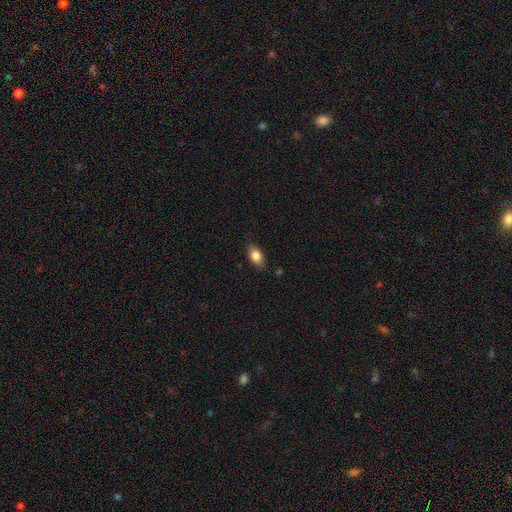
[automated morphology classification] Overall: smooth (83%). How rounded: in between (85%). Merging: none (79%).